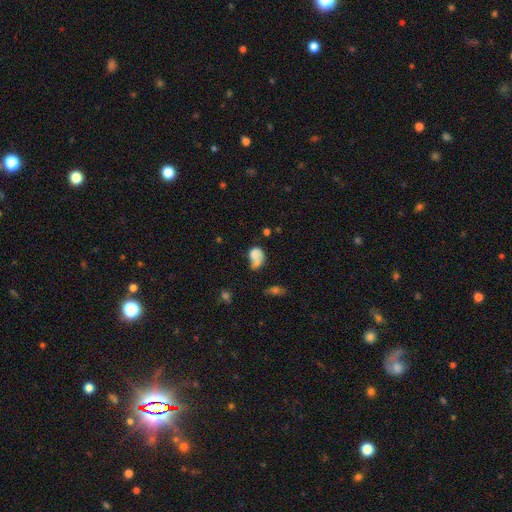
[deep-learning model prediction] Smooth or featured? Predicted: smooth (p=0.68). How rounded? Predicted: in between (p=0.70). Merging? Predicted: merger (p=0.31).